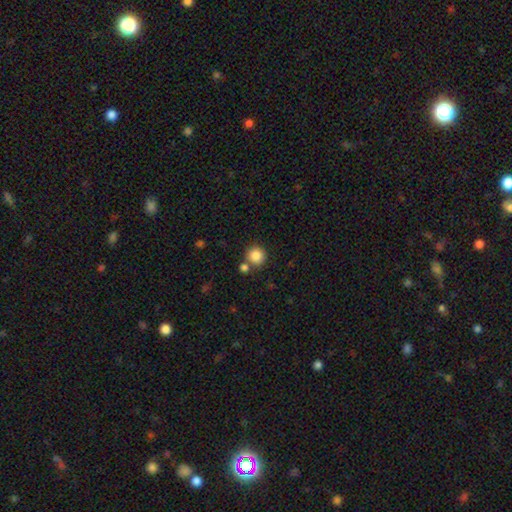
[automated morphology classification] Smooth or featured?
  - smooth: 86% *
  - star or artifact: 10%
  - featured or disk: 4%
How rounded?
  - round: 93% *
  - in between: 6%
  - cigar-shaped: 1%
Merging?
  - none: 74% *
  - merger: 16%
  - minor disturbance: 8%
  - major disturbance: 3%